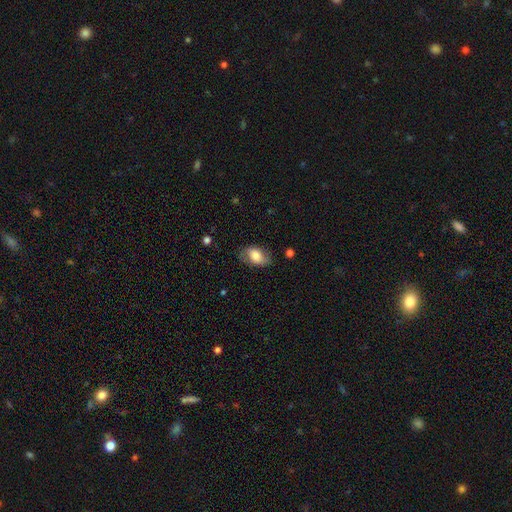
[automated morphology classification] Overall: smooth (72%). How rounded: in between (88%). Merging: none (66%).